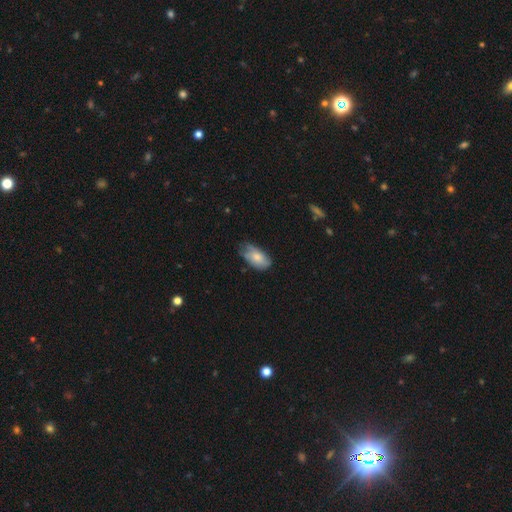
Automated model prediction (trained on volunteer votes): Smooth or featured? Predicted: smooth (p=0.71). How rounded? Predicted: in between (p=0.93). Merging? Predicted: none (p=0.47).